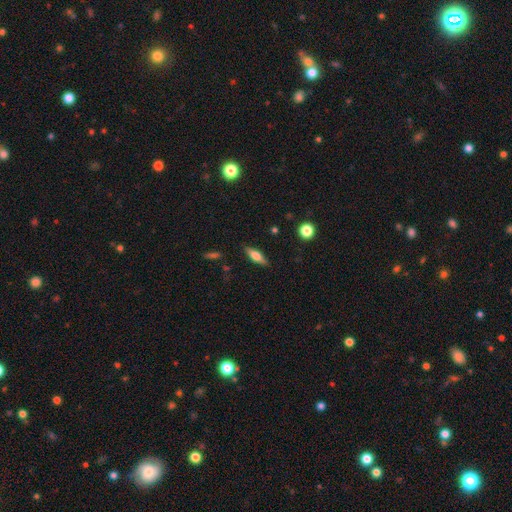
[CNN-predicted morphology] Smooth or featured?
  - smooth: 59% *
  - featured or disk: 34%
  - star or artifact: 7%
How rounded?
  - in between: 53% *
  - cigar-shaped: 44%
  - round: 3%
Merging?
  - none: 85% *
  - minor disturbance: 11%
  - major disturbance: 2%
  - merger: 1%